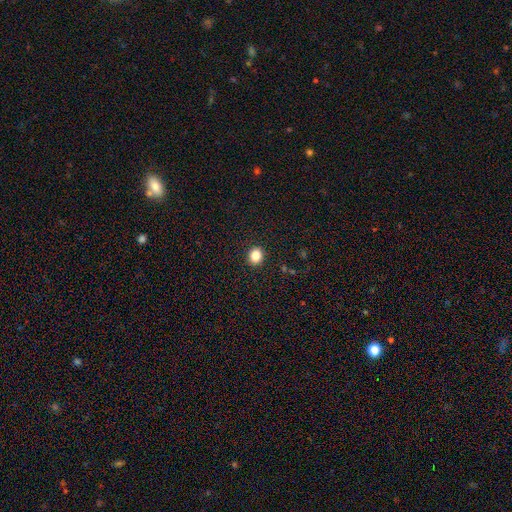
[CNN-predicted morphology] Smooth or featured? smooth (85%)
How rounded? round (67%)
Merging? none (92%)